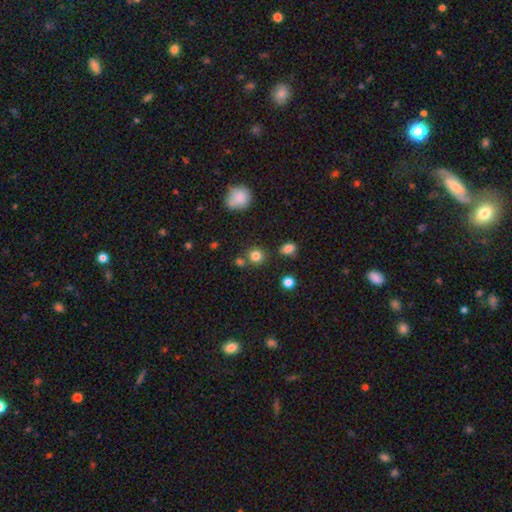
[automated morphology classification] Q: Smooth or featured?
A: smooth (81%); runner-up: star or artifact (14%)
Q: How rounded?
A: round (89%); runner-up: in between (10%)
Q: Merging?
A: none (76%); runner-up: merger (12%)